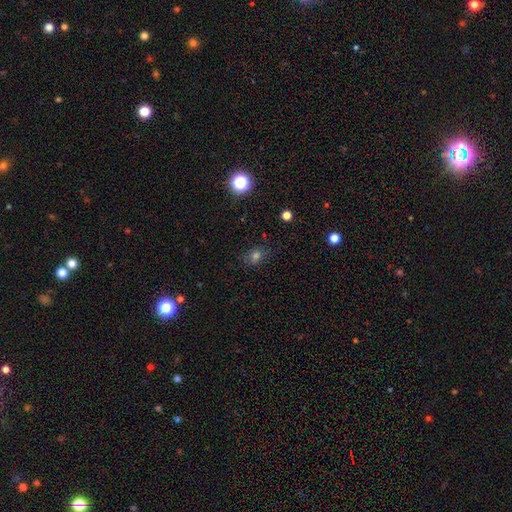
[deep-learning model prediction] Overall: smooth (63%; star or artifact 26%). How rounded: round (49%, tied with in between). Merging: none (74%).